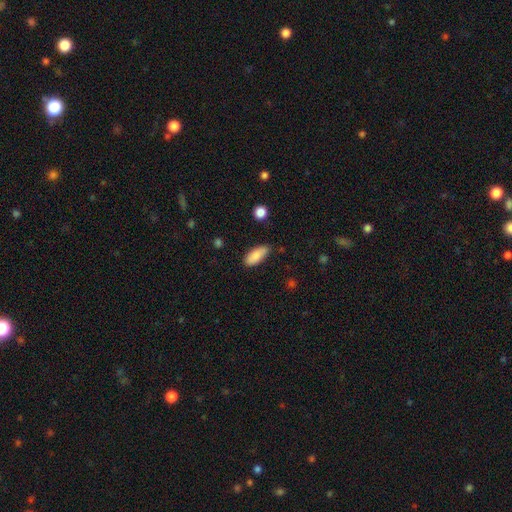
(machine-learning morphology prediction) Overall: smooth (86%). How rounded: in between (85%). Merging: none (73%).